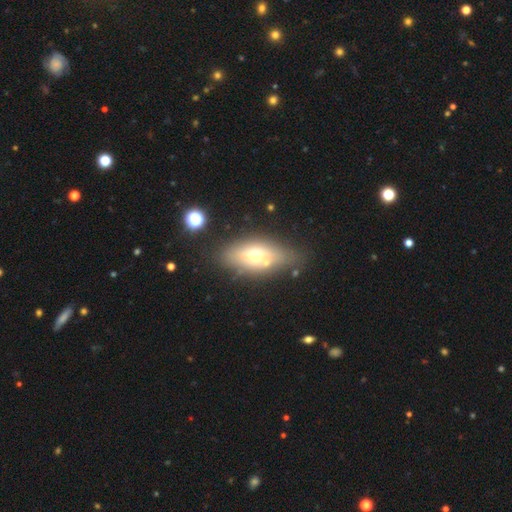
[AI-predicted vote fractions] Smooth or featured? Predicted: smooth (p=0.57). How rounded? Predicted: in between (p=0.77). Merging? Predicted: none (p=0.71).